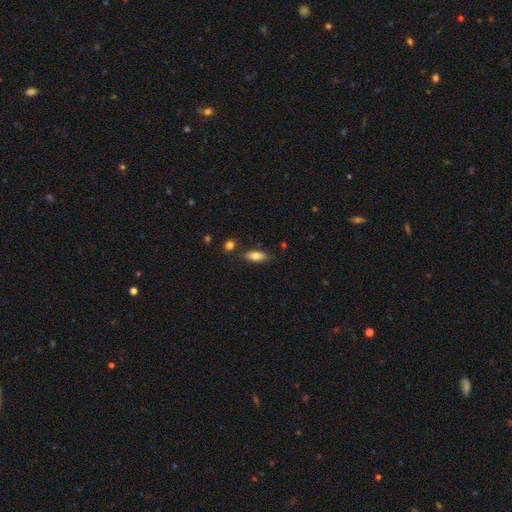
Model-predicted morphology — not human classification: The model was most divided on "smooth or featured": smooth: 76%, featured or disk: 16%, star or artifact: 7%. More confident: merging — none (82%); how rounded — in between (79%).